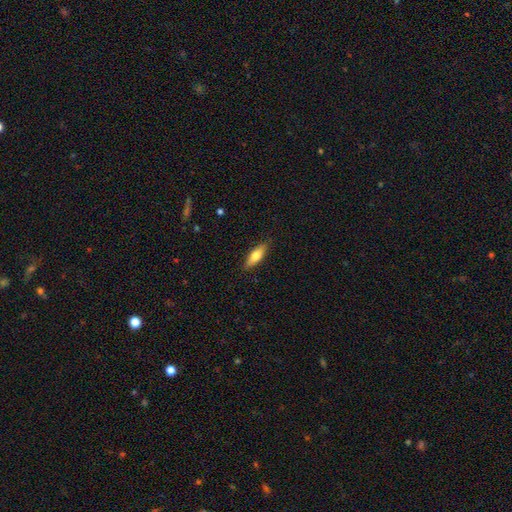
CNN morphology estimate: A smooth galaxy with no disk features (65%) that is cigar-shaped (49%).

Vote fractions:
- Smooth or featured? smooth: 65% / featured or disk: 29% / star or artifact: 6%
- How rounded? cigar-shaped: 49% / in between: 48% / round: 2%
- Merging? none: 86% / minor disturbance: 10% / major disturbance: 2% / merger: 1%